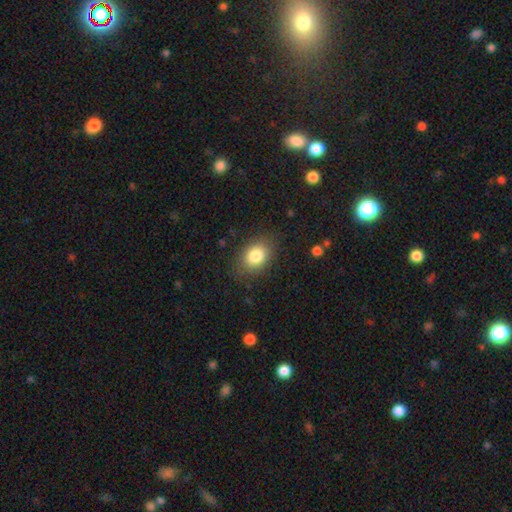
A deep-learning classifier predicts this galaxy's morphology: A smooth galaxy with no disk features (82%) that is in between round and cigar-shaped (68%).

Vote fractions:
- Smooth or featured? smooth: 82% / featured or disk: 9% / star or artifact: 9%
- How rounded? in between: 68% / round: 31% / cigar-shaped: 1%
- Merging? none: 82% / minor disturbance: 12% / major disturbance: 4% / merger: 1%